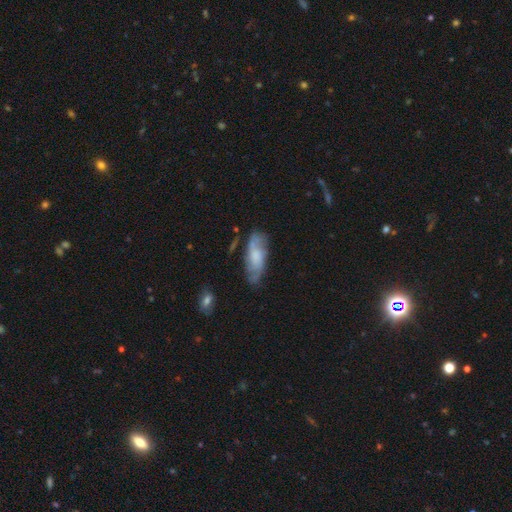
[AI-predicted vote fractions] This appears to be a featured or disk galaxy (51%). Merging: none (67%).